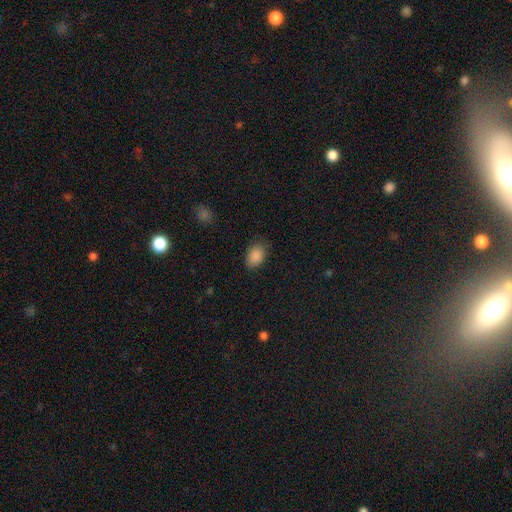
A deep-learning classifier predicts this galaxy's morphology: Smooth or featured? Predicted: smooth (p=0.88). How rounded? Predicted: in between (p=0.81). Merging? Predicted: none (p=0.80).